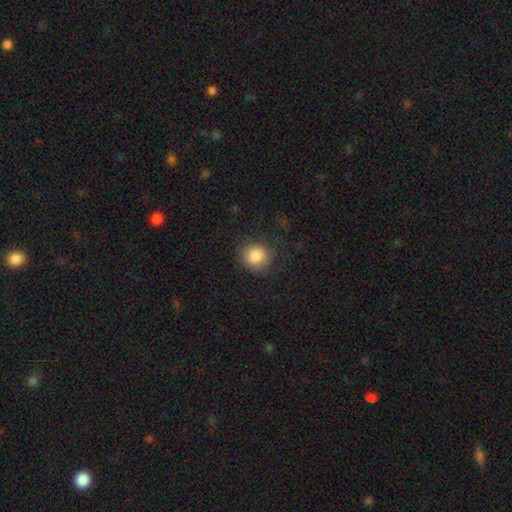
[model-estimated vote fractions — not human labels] This appears to be a smooth galaxy with no disk features (85%) that is round (84%). Merging: none (72%).